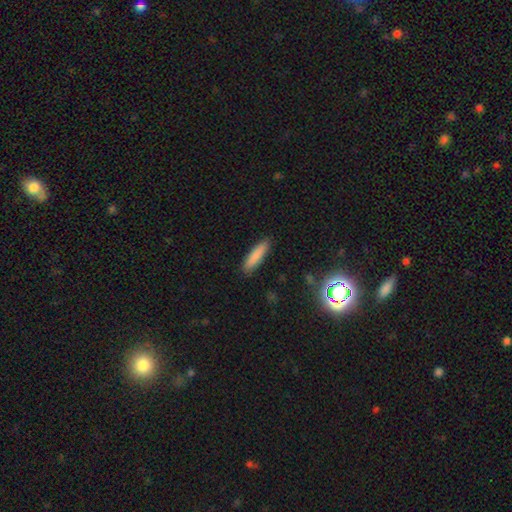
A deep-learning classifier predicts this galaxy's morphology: Smooth or featured: smooth — 85% (featured or disk — 8%)
How rounded: cigar-shaped — 74% (in between — 24%)
Merging: none — 89% (minor disturbance — 8%)